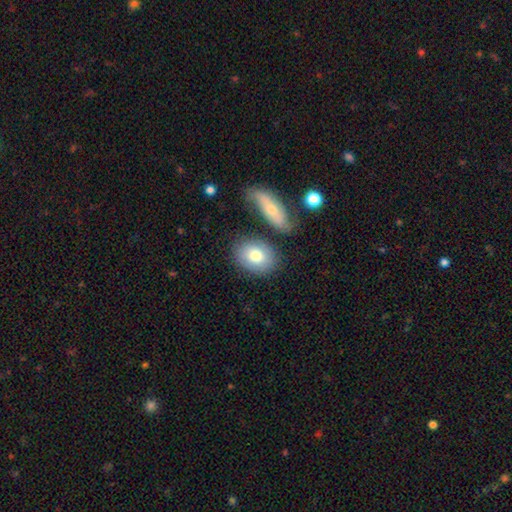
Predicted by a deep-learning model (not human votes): smooth_or_featured: smooth (p=0.77) [alt: featured or disk p=0.16]
how_rounded: in between (p=0.65) [alt: round p=0.34]
merging: none (p=0.76) [alt: minor disturbance p=0.11]